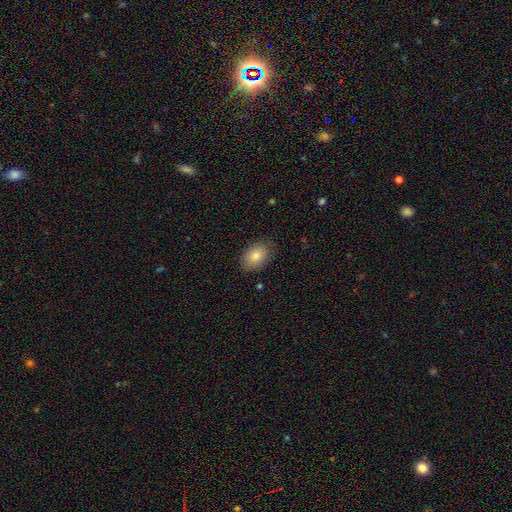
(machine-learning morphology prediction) smooth-or-featured: smooth: 85% | featured or disk: 8% | star or artifact: 7%
  how-rounded: in between: 86% | round: 13% | cigar-shaped: 1%
  merging: none: 85% | minor disturbance: 11% | major disturbance: 3% | merger: 1%